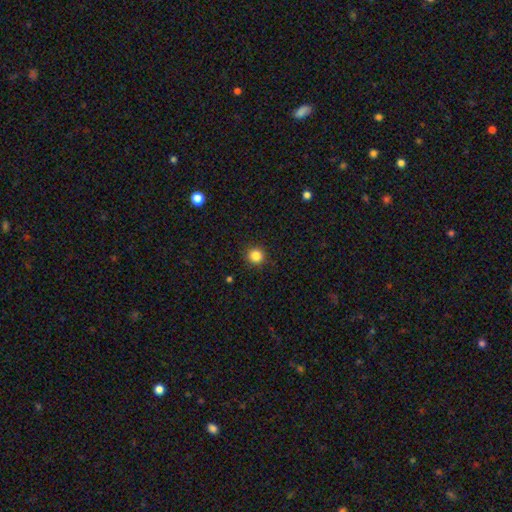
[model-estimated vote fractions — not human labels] Smooth or featured?
  - smooth: 85% *
  - star or artifact: 11%
  - featured or disk: 4%
How rounded?
  - round: 94% *
  - in between: 5%
  - cigar-shaped: 1%
Merging?
  - none: 92% *
  - minor disturbance: 5%
  - major disturbance: 2%
  - merger: 1%